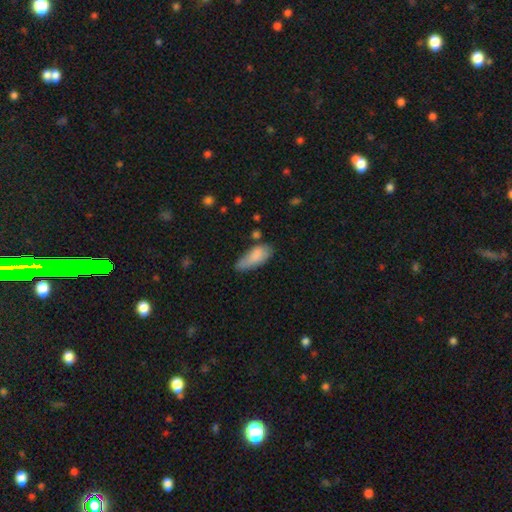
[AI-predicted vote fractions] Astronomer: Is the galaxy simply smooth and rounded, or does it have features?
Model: smooth — 82%.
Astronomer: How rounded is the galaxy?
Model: in between — 78%.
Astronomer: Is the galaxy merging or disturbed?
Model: none — 45% (runner-up: minor disturbance, 36%).